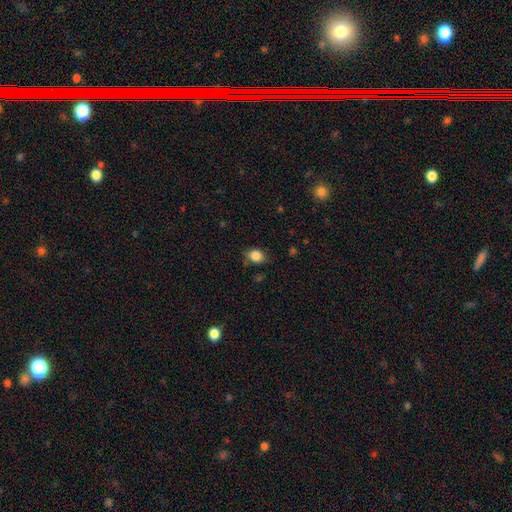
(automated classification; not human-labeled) Morphology: type=smooth (85%); roundness=round (53%); merging=none (75%).